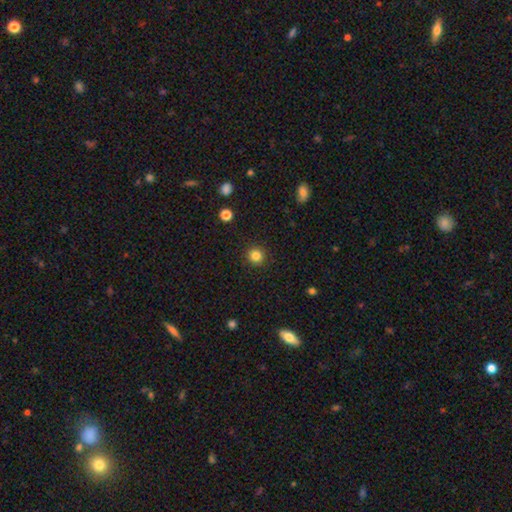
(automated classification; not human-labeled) This appears to be a smooth galaxy with no disk features (84%) that is round (93%). Merging: none (92%).